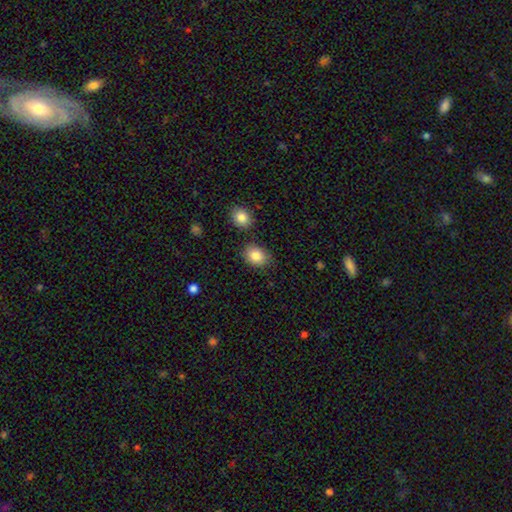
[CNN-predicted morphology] The model was most divided on "how rounded": in between: 58%, round: 41%, cigar-shaped: 1%. More confident: smooth or featured — smooth (86%); merging — none (78%).